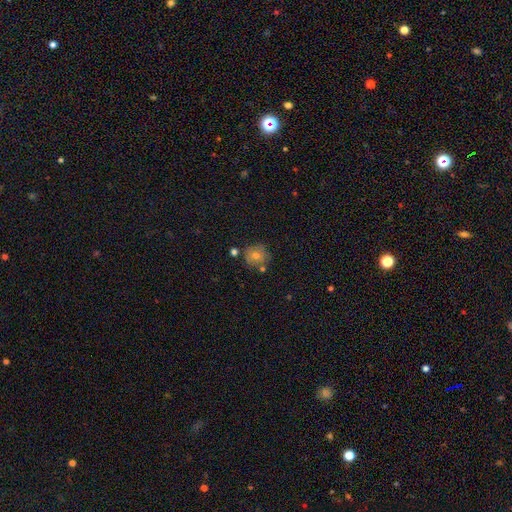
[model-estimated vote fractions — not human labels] The model was most divided on "smooth or featured": smooth: 66%, featured or disk: 22%, star or artifact: 12%. More confident: how rounded — round (89%); merging — none (72%).